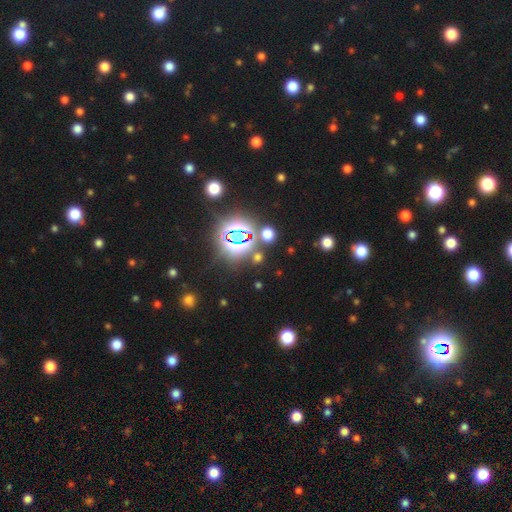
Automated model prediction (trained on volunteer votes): Smooth or featured? star or artifact (74%)